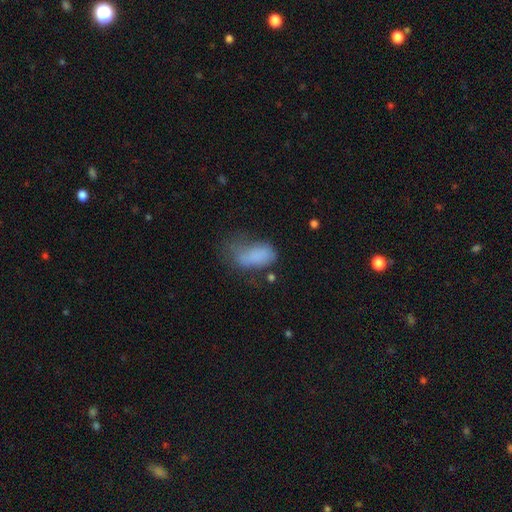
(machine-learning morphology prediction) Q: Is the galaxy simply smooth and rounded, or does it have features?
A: smooth — 71%.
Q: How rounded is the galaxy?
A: in between — 92%.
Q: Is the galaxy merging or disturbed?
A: major disturbance — 42%.